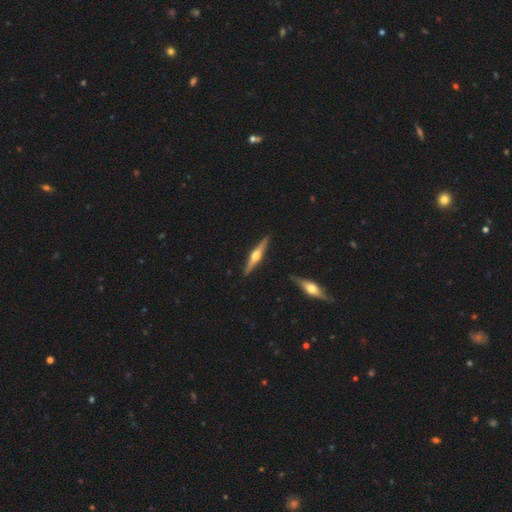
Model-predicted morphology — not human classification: Smooth or featured? Predicted: featured or disk (p=0.76). Edge-on disk? Predicted: yes (p=0.98). Edge-on bulge? Predicted: rounded (p=0.95). Merging? Predicted: none (p=0.90).